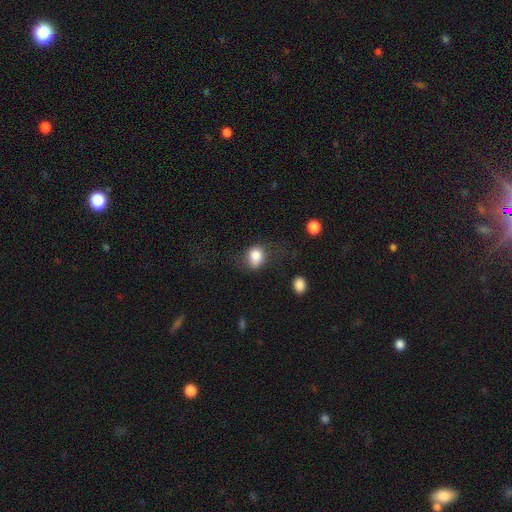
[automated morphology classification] type=smooth (84%); roundness=round (57%); merging=none (58%).